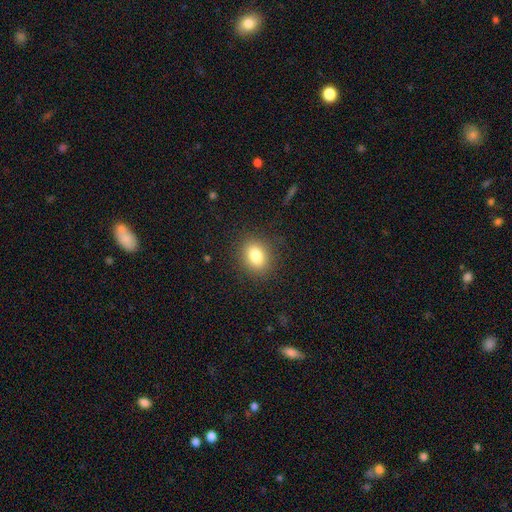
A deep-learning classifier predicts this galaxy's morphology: Smooth or featured: smooth — 82% (star or artifact — 10%)
How rounded: in between — 54% (round — 45%)
Merging: none — 87% (minor disturbance — 9%)